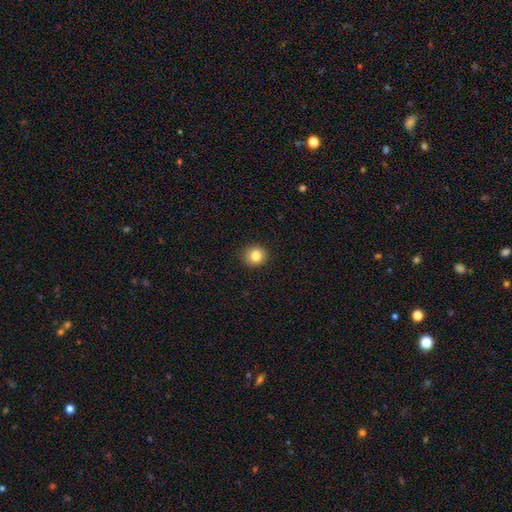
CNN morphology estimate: Smooth or featured?
  - smooth: 83% *
  - star or artifact: 10%
  - featured or disk: 6%
How rounded?
  - round: 84% *
  - in between: 15%
  - cigar-shaped: 1%
Merging?
  - none: 91% *
  - minor disturbance: 6%
  - major disturbance: 2%
  - merger: 1%